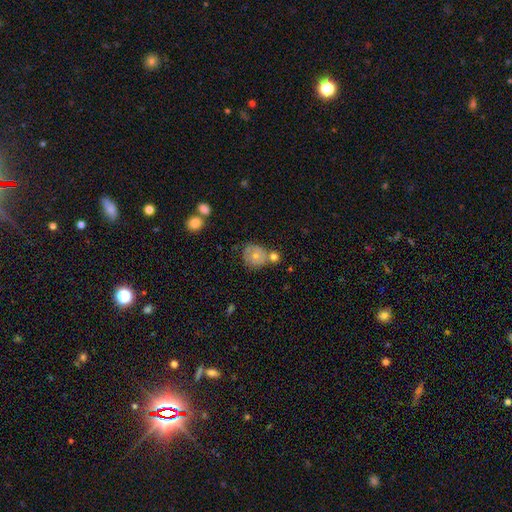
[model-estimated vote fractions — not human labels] This appears to be a smooth galaxy with no disk features (62%) that is round (78%). Merging: none (49%).